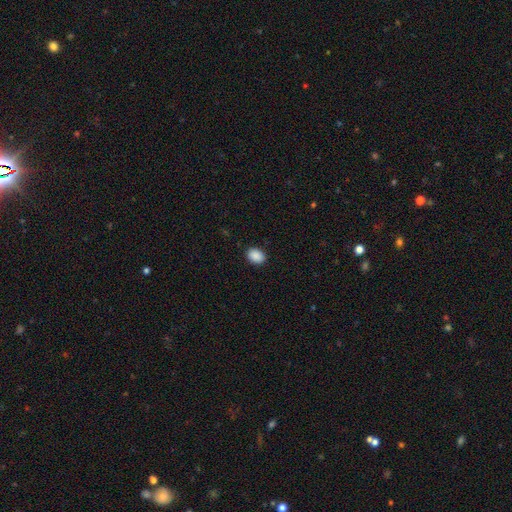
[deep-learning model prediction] smooth-or-featured: smooth: 90% | star or artifact: 8% | featured or disk: 3%
  how-rounded: in between: 69% | round: 30% | cigar-shaped: 1%
  merging: none: 90% | minor disturbance: 8% | major disturbance: 2% | merger: 1%